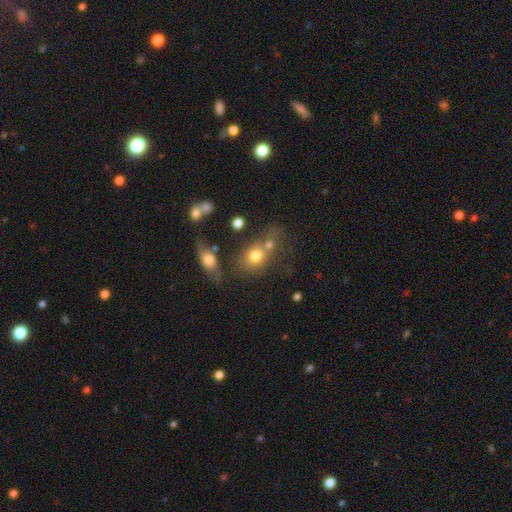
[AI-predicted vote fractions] The model was most divided on "how rounded": round: 53%, in between: 45%, cigar-shaped: 2%. Remaining: smooth or featured — smooth (74%); merging — none (44%).